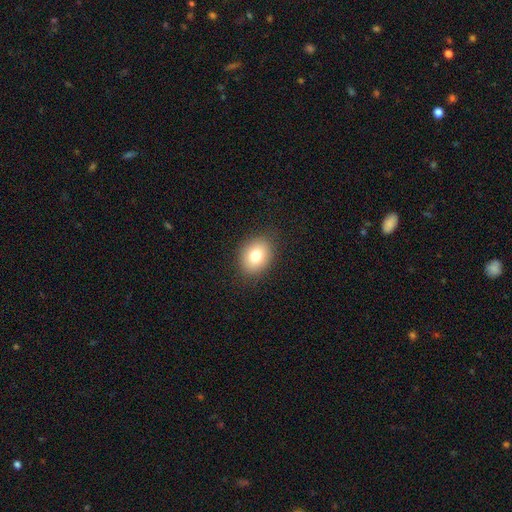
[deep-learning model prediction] smooth_or_featured: smooth (p=0.78) [alt: featured or disk p=0.12]
how_rounded: in between (p=0.55) [alt: round p=0.44]
merging: none (p=0.87) [alt: minor disturbance p=0.09]